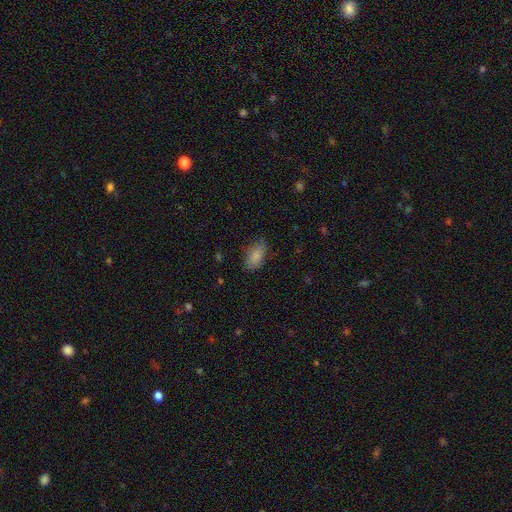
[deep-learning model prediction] Smooth or featured? smooth (85%)
How rounded? in between (91%)
Merging? none (73%)